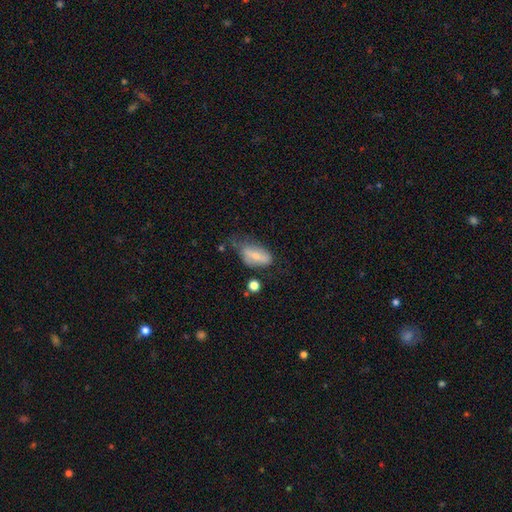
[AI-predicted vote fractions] A smooth galaxy with no disk features (61%) that is in between round and cigar-shaped (88%).

Vote fractions:
- Smooth or featured? smooth: 61% / featured or disk: 31% / star or artifact: 8%
- How rounded? in between: 88% / cigar-shaped: 7% / round: 5%
- Merging? none: 39% / minor disturbance: 36% / major disturbance: 19% / merger: 6%